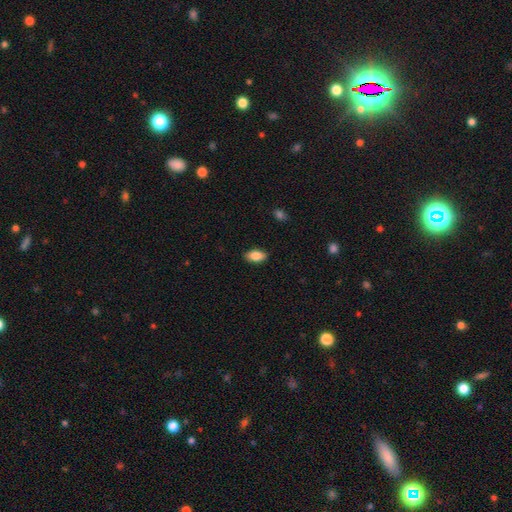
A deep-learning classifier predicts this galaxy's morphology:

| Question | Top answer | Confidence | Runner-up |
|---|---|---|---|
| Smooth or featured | smooth | 85% | featured or disk (8%) |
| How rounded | in between | 91% | cigar-shaped (5%) |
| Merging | none | 88% | minor disturbance (9%) |